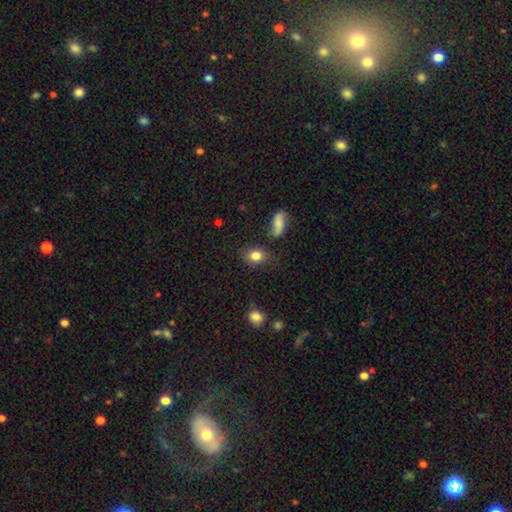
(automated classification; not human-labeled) Overall: smooth (83%). How rounded: in between (58%; round 40%). Merging: none (76%).